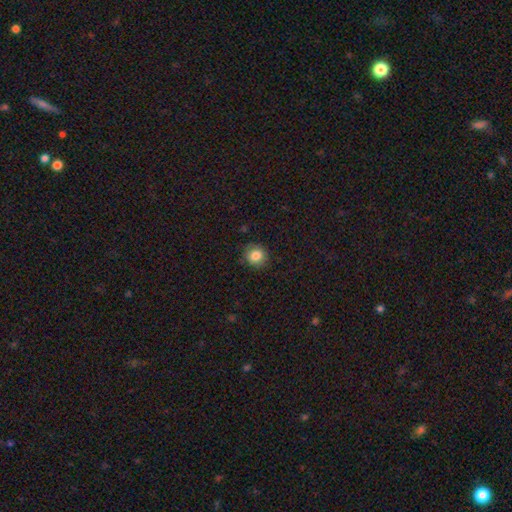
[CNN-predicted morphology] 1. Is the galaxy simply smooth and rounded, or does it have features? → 84% smooth, 10% star or artifact, 6% featured or disk.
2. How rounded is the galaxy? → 87% round, 12% in between, 1% cigar-shaped.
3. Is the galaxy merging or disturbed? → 86% none, 10% minor disturbance, 3% major disturbance, 1% merger.